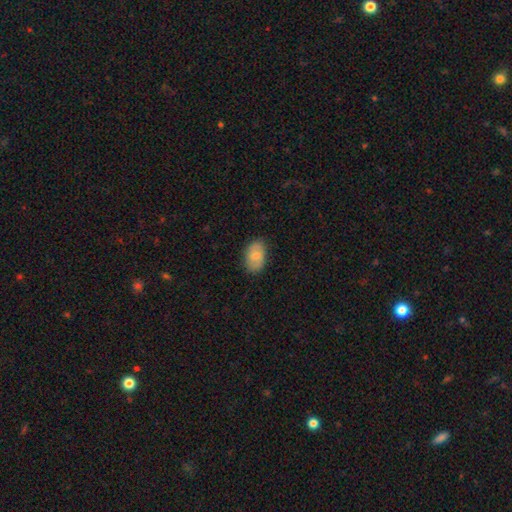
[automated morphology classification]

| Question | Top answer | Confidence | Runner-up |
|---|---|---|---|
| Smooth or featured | smooth | 72% | featured or disk (21%) |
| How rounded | in between | 90% | round (9%) |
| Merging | none | 81% | minor disturbance (15%) |